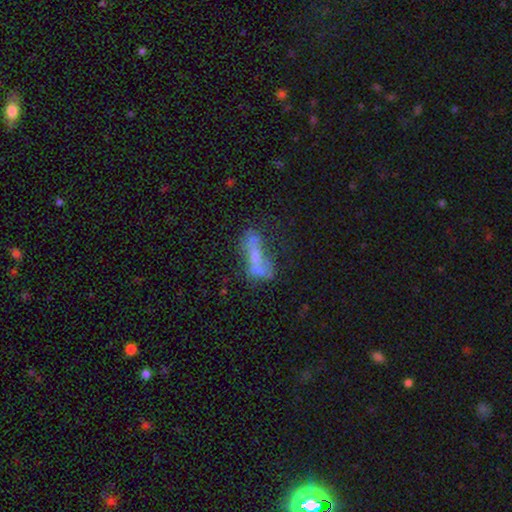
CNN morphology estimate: Smooth or featured?
  - featured or disk: 46% *
  - smooth: 40%
  - star or artifact: 14%
Merging?
  - none: 32% *
  - merger: 28%
  - major disturbance: 22%
  - minor disturbance: 18%